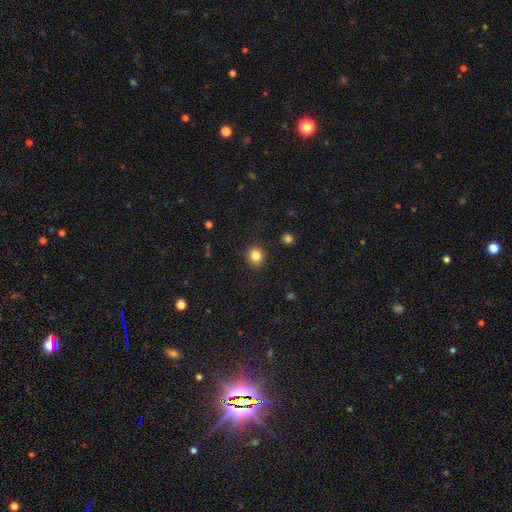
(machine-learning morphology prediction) A smooth galaxy with no disk features (84%) that is round (88%).

Vote fractions:
- Smooth or featured? smooth: 84% / star or artifact: 11% / featured or disk: 5%
- How rounded? round: 88% / in between: 11% / cigar-shaped: 1%
- Merging? none: 90% / minor disturbance: 7% / major disturbance: 2% / merger: 1%